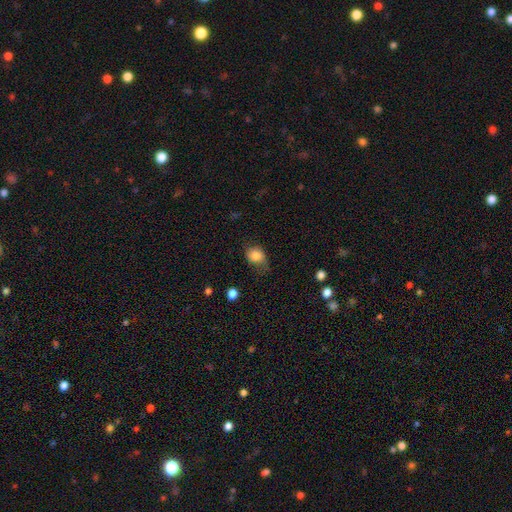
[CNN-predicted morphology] Overall: smooth (81%). How rounded: round (58%; in between 41%). Merging: none (46%; minor disturbance 34%).